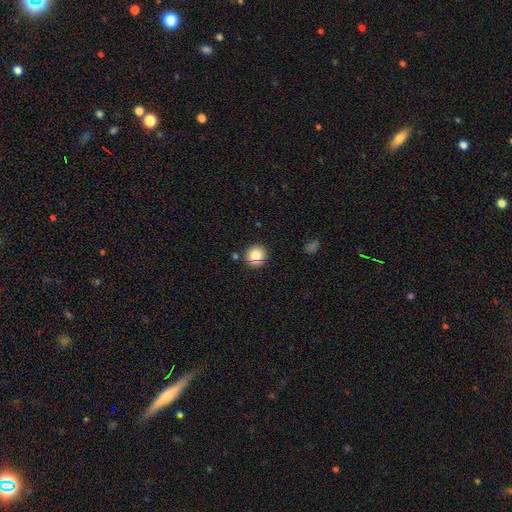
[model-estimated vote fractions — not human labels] A smooth galaxy with no disk features (81%) that is round (91%). Merging: none (84%).